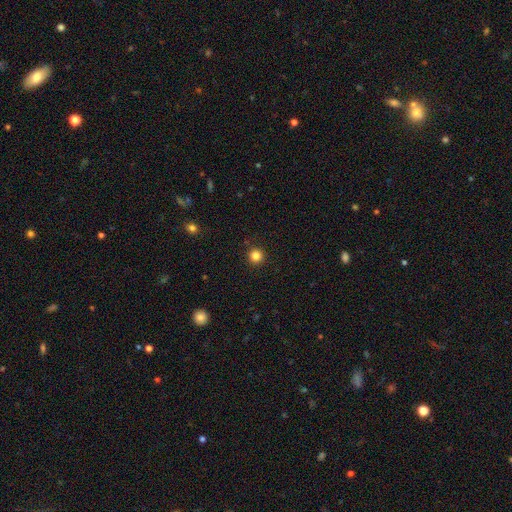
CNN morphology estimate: Smooth or featured?
  - smooth: 84% *
  - star or artifact: 12%
  - featured or disk: 4%
How rounded?
  - round: 95% *
  - in between: 4%
  - cigar-shaped: 1%
Merging?
  - none: 92% *
  - minor disturbance: 5%
  - major disturbance: 2%
  - merger: 1%